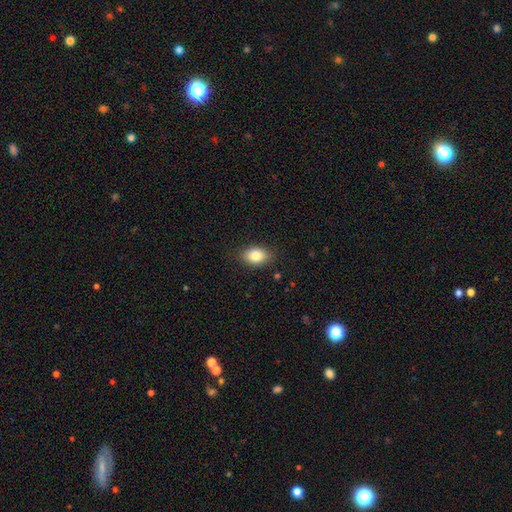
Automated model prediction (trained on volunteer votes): Q: Smooth or featured?
A: smooth (83%); runner-up: star or artifact (8%)
Q: How rounded?
A: in between (81%); runner-up: round (17%)
Q: Merging?
A: none (86%); runner-up: minor disturbance (10%)